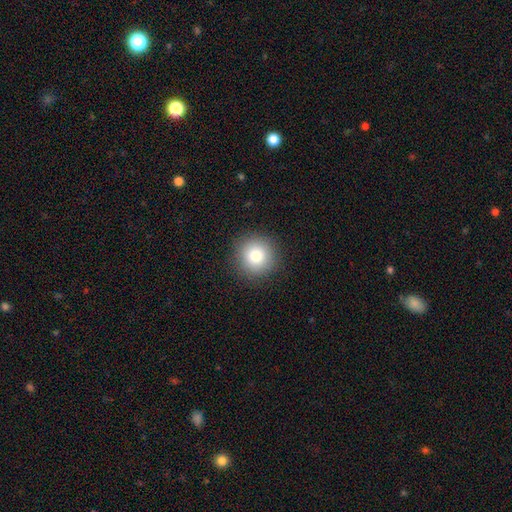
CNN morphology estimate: Overall: smooth (81%). How rounded: round (94%). Merging: none (90%).